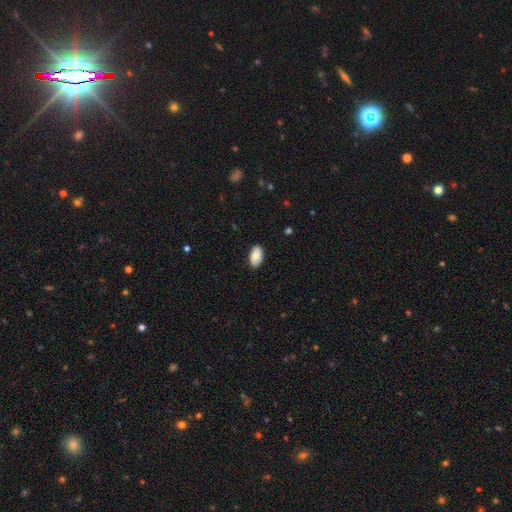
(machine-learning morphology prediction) smooth 87%, featured or disk 6%, star or artifact 6%. Down the decision tree: how rounded — in between (95%); merging — none (88%).